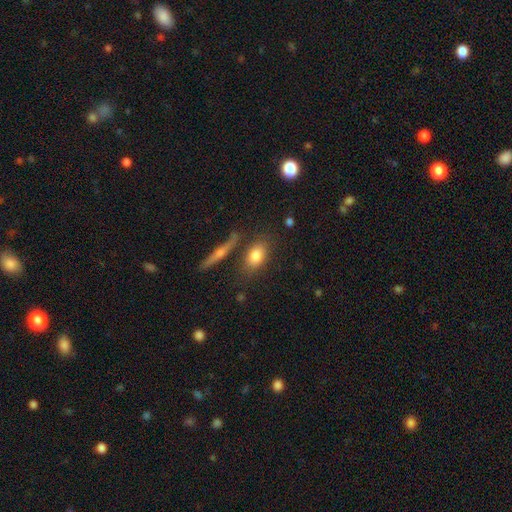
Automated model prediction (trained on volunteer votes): smooth-or-featured: smooth: 78% | featured or disk: 14% | star or artifact: 8%
  how-rounded: in between: 79% | round: 14% | cigar-shaped: 7%
  merging: none: 74% | minor disturbance: 13% | merger: 8% | major disturbance: 4%